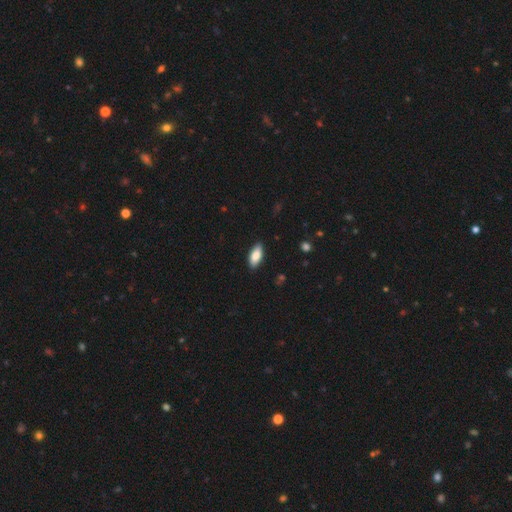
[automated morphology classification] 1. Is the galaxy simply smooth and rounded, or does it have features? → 82% smooth, 12% featured or disk, 6% star or artifact.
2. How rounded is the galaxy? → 85% in between, 13% cigar-shaped, 2% round.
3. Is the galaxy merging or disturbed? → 88% none, 9% minor disturbance, 2% major disturbance, 1% merger.